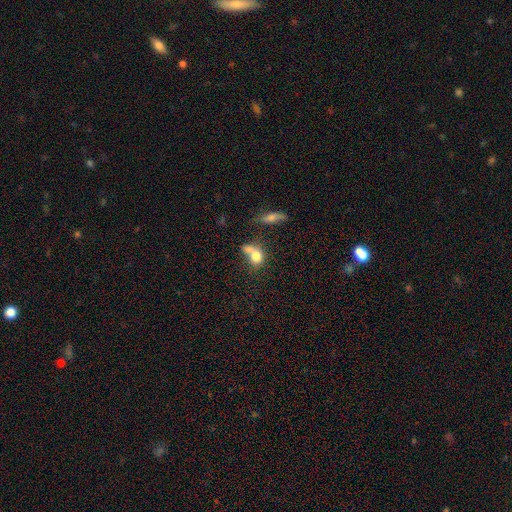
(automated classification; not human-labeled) Morphology: type=smooth (75%); roundness=round (50%); merging=merger (50%).